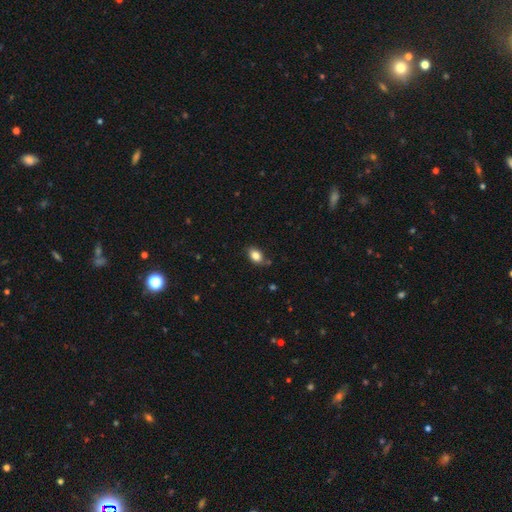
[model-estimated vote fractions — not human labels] This appears to be a smooth galaxy with no disk features (83%) that is in between round and cigar-shaped (84%). Merging: none (80%).